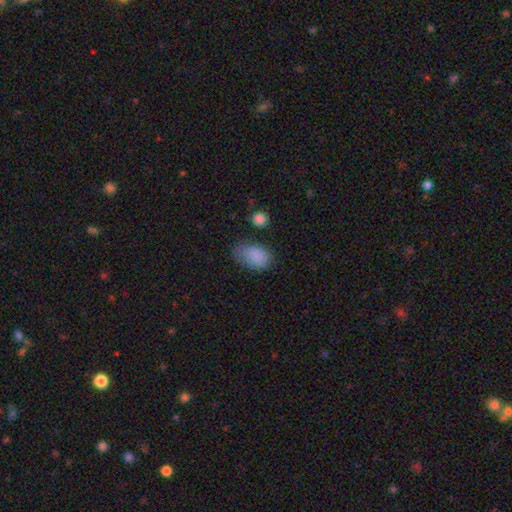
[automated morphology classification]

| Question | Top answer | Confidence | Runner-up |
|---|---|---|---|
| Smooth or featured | smooth | 85% | star or artifact (9%) |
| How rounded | in between | 89% | round (10%) |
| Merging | none | 55% | minor disturbance (30%) |